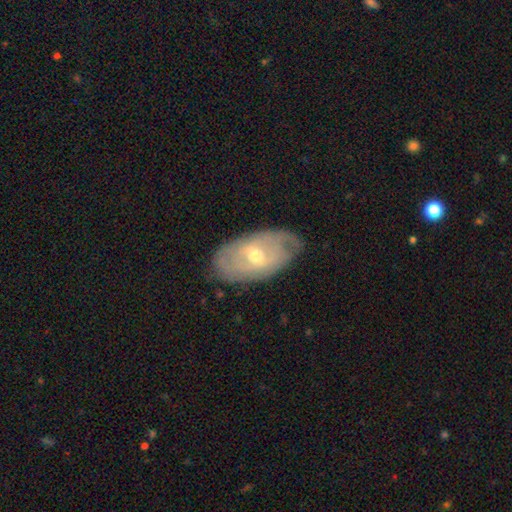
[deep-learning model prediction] smooth_or_featured: featured or disk (p=0.69) [alt: smooth p=0.25]
disk_edge_on: no (p=0.91) [alt: yes p=0.09]
bar: no (p=0.44) [tied with: weak p=0.44]
has_spiral_arms: yes (p=0.73) [alt: no p=0.27]
bulge_size: moderate (p=0.56) [alt: small p=0.41]
merging: none (p=0.73) [alt: minor disturbance p=0.20]